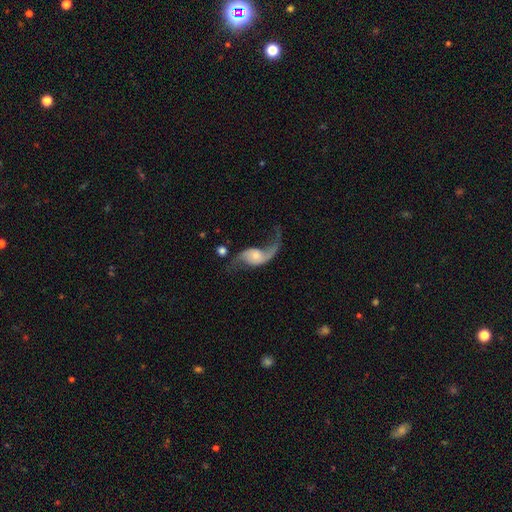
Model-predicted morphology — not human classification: Smooth or featured? featured or disk (84%)
Edge-on disk? no (96%)
Bar? no (65%)
Spiral arms? yes (95%)
Spiral winding? loose (89%)
Spiral arm count? 2 (87%)
Bulge size? small (49%)
Merging? none (53%)